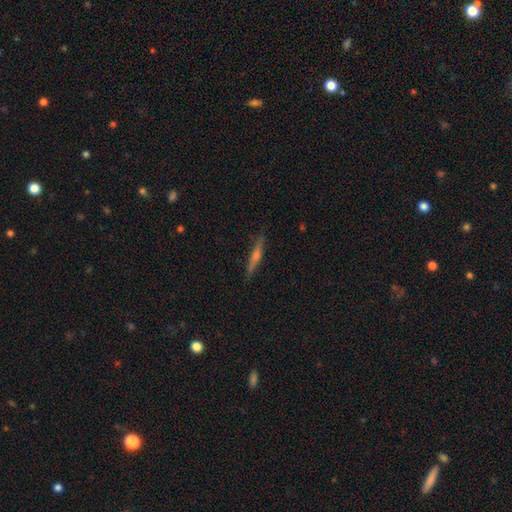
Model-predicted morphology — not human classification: type=featured or disk (65%); edge-on=yes (96%); edge-on bulge=rounded (83%); merging=none (89%).